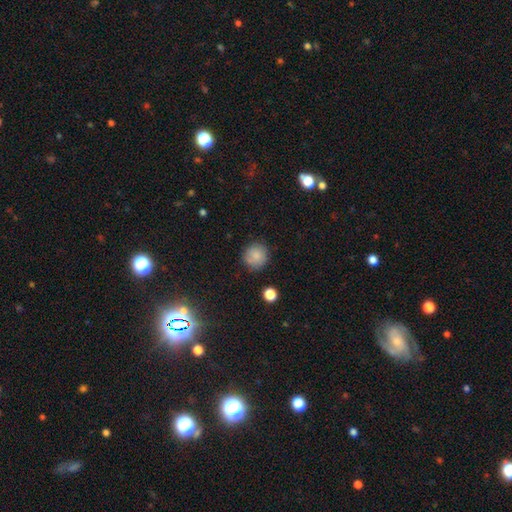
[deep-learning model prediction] Overall: smooth (82%). How rounded: round (91%). Merging: none (80%).